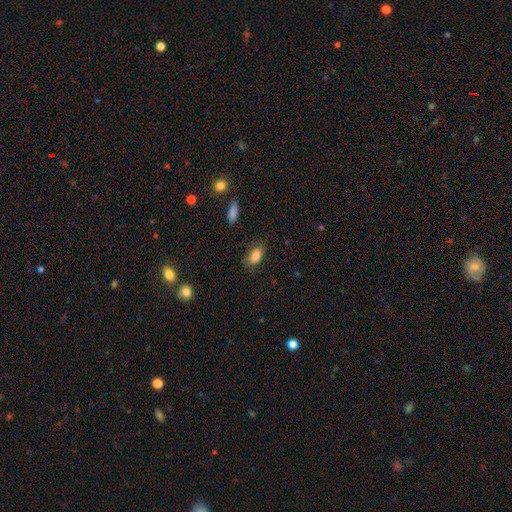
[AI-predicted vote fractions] This is clearly a smooth galaxy (85%). How rounded: clearly in between (90%). Merging: likely none (76%).